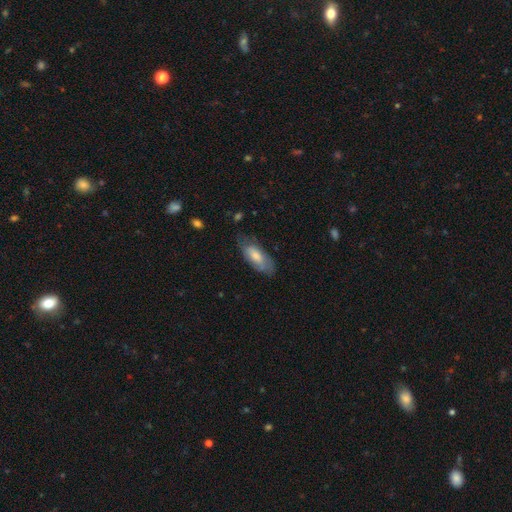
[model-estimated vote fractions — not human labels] Q: Smooth or featured?
A: smooth (66%); runner-up: featured or disk (28%)
Q: How rounded?
A: in between (79%); runner-up: cigar-shaped (19%)
Q: Merging?
A: none (63%); runner-up: minor disturbance (26%)